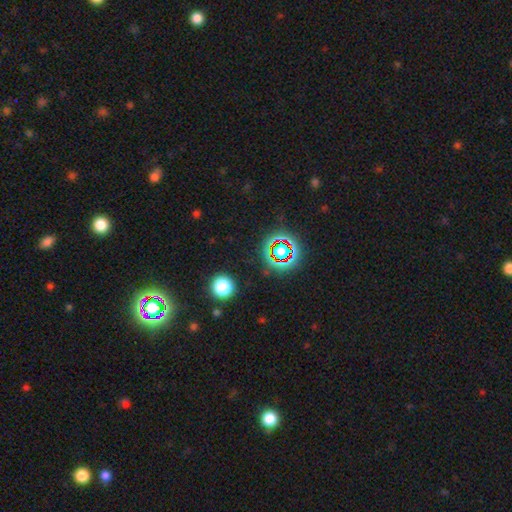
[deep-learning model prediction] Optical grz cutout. It shows a star or artifact, not a galaxy (77%).